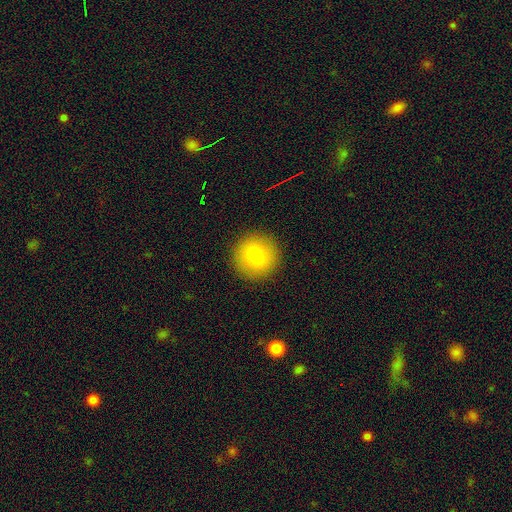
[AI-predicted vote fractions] This appears to be a smooth galaxy with no disk features (78%) that is round (95%). Merging: none (91%).